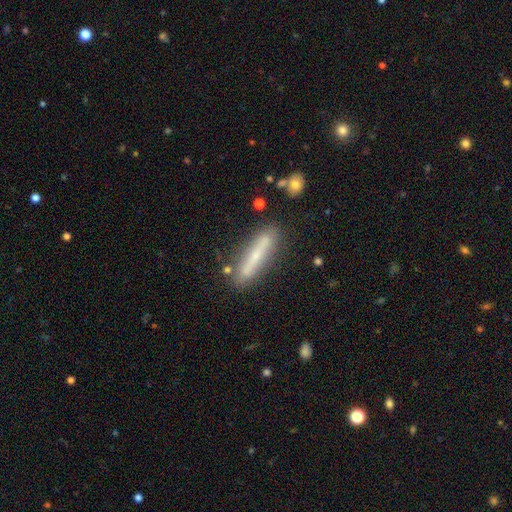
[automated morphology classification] smooth_or_featured: smooth (p=0.50) [alt: featured or disk p=0.42]
how_rounded: cigar-shaped (p=0.88) [alt: in between p=0.11]
merging: none (p=0.80) [alt: minor disturbance p=0.13]